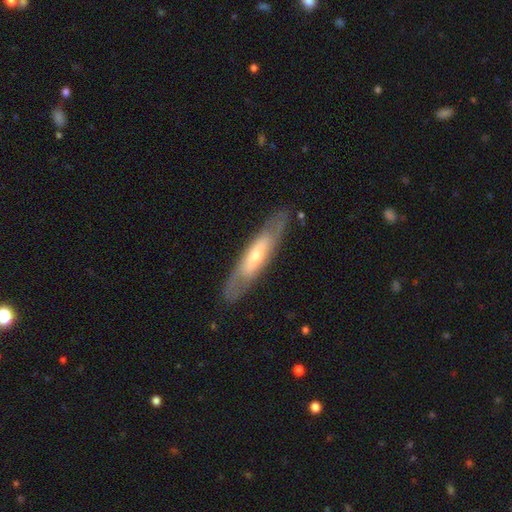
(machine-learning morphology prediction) featured or disk 60%, smooth 34%, star or artifact 5%. Down the decision tree: edge-on disk — no (54%); merging — none (82%).